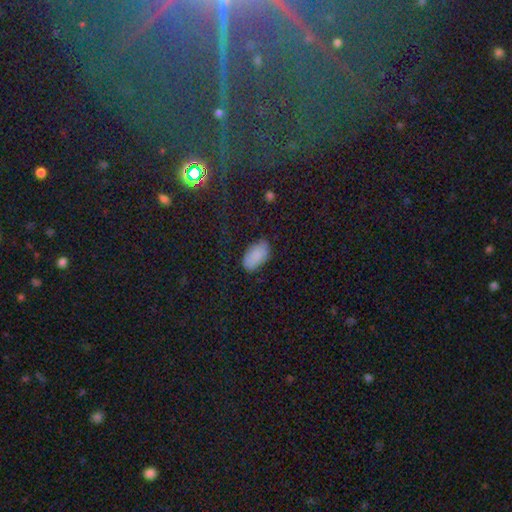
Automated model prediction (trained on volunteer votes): Smooth or featured? smooth (86%)
How rounded? in between (95%)
Merging? none (79%)